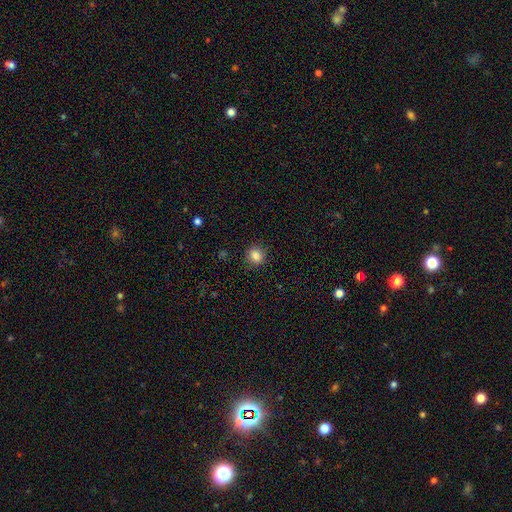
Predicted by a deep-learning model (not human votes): Morphology: type=smooth (83%); roundness=round (83%); merging=none (89%).